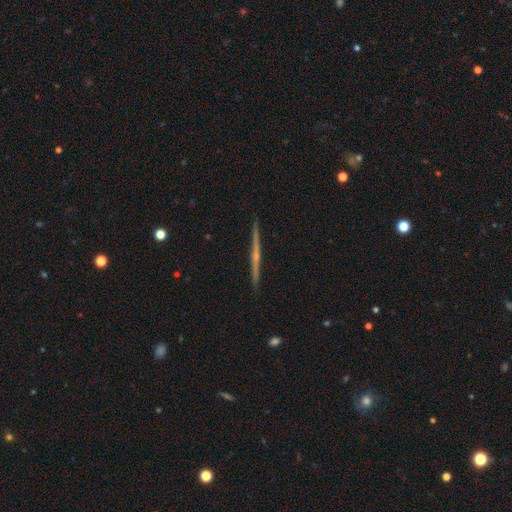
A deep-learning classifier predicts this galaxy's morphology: Smooth or featured? featured or disk (80%)
Edge-on disk? yes (99%)
Edge-on bulge? rounded (64%)
Merging? none (92%)